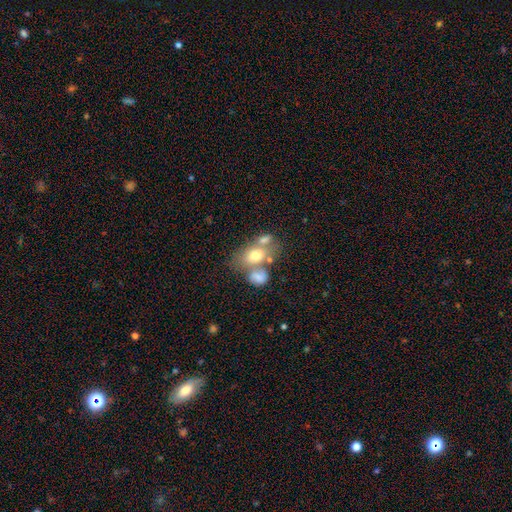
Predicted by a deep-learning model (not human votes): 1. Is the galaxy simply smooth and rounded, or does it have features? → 66% smooth, 24% featured or disk, 10% star or artifact.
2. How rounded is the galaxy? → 76% in between, 22% round, 2% cigar-shaped.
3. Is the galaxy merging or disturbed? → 46% merger, 33% none, 13% minor disturbance, 8% major disturbance.